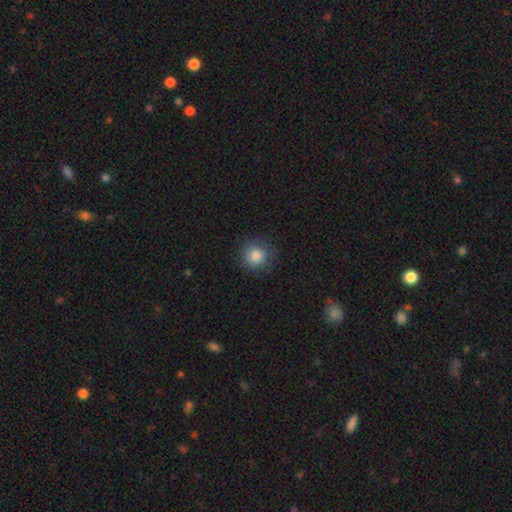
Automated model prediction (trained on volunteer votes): The model was most divided on "merging": none: 84%, minor disturbance: 11%, major disturbance: 4%, merger: 1%. More confident: how rounded — round (93%); smooth or featured — smooth (85%).